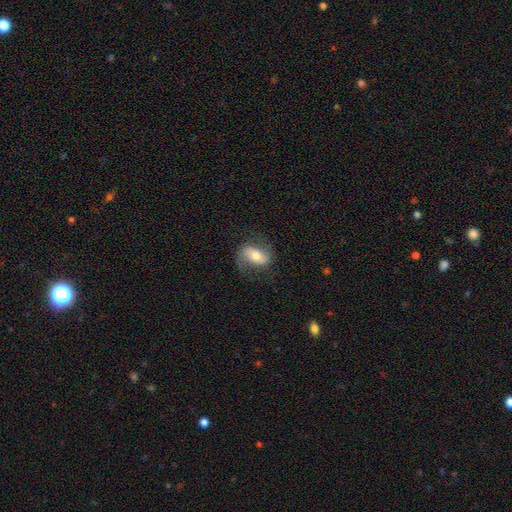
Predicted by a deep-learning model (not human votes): The model was most divided on "bar": weak: 36%, strong: 33%, no: 31%. More confident: edge-on disk — no (94%); spiral arms — yes (87%); merging — none (70%); bulge size — moderate (64%); smooth or featured — featured or disk (59%).